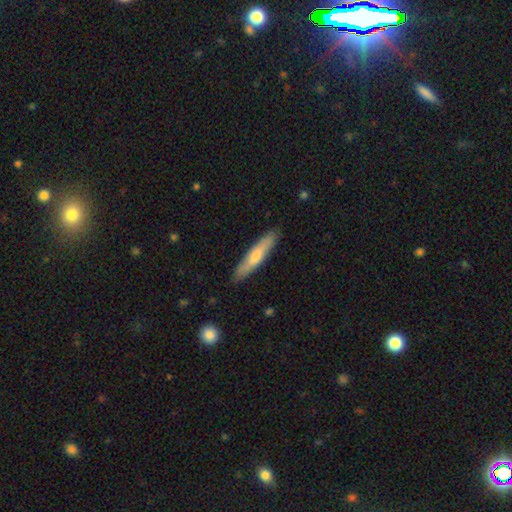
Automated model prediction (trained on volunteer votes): A smooth galaxy with no disk features (64%) that is cigar-shaped (89%). Merging: none (89%).